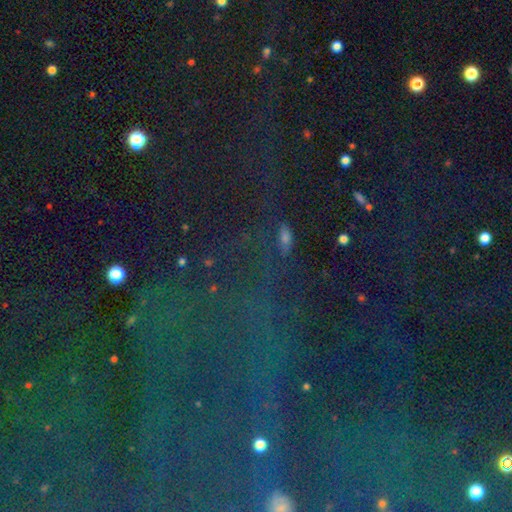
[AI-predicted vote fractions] A star or artifact, not a galaxy (74%).

Vote fractions:
- Smooth or featured? star or artifact: 74% / smooth: 15% / featured or disk: 11%